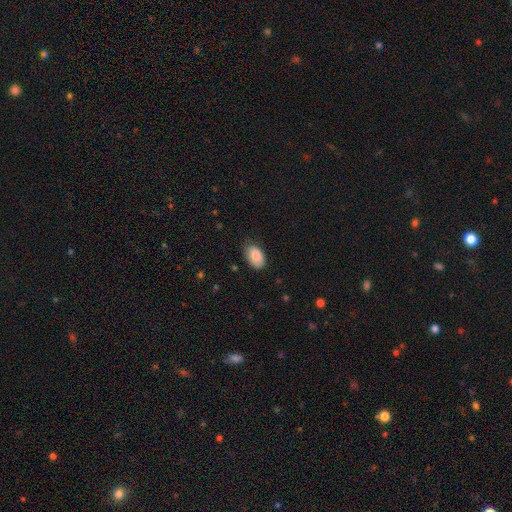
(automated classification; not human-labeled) smooth_or_featured: smooth (p=0.85) [alt: featured or disk p=0.08]
how_rounded: in between (p=0.93) [alt: round p=0.06]
merging: none (p=0.71) [alt: minor disturbance p=0.24]